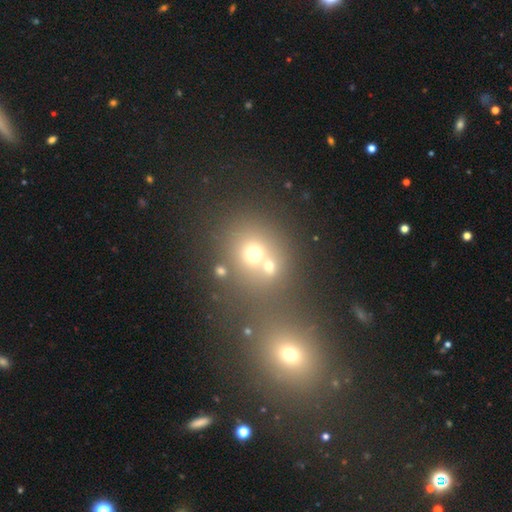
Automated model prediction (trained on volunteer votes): This appears to be a smooth galaxy with no disk features (64%) that is round (78%). Merging: none (45%).